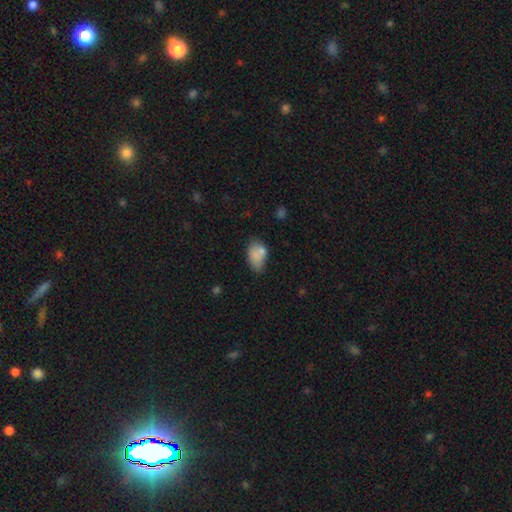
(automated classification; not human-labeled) Smooth or featured? smooth (78%)
How rounded? in between (87%)
Merging? none (43%)